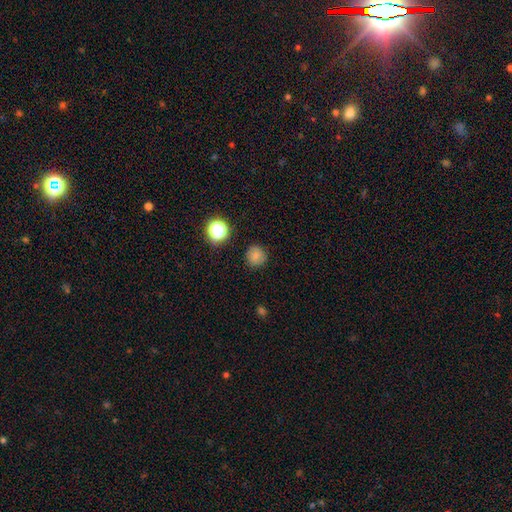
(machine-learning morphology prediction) smooth 79%, star or artifact 14%, featured or disk 7%. Down the decision tree: how rounded — round (93%); merging — none (87%).